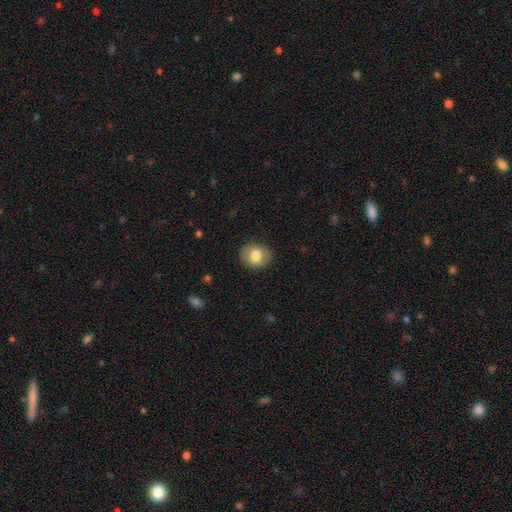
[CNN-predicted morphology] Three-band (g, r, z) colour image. It shows a smooth galaxy with no disk features (72%) that is round (65%). Merging: none (85%).